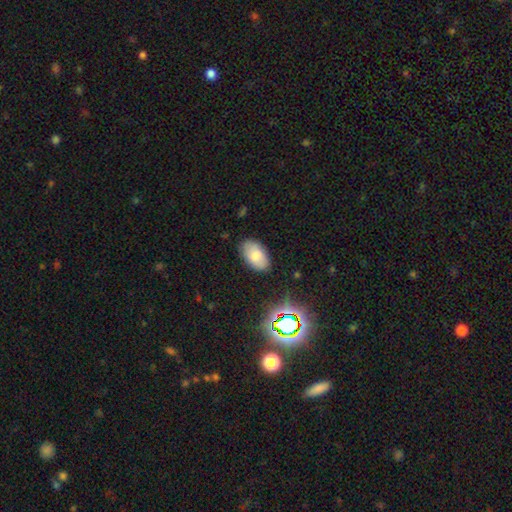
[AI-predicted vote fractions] smooth_or_featured: smooth (p=0.79) [alt: featured or disk p=0.12]
how_rounded: in between (p=0.94) [alt: round p=0.05]
merging: none (p=0.83) [alt: minor disturbance p=0.13]